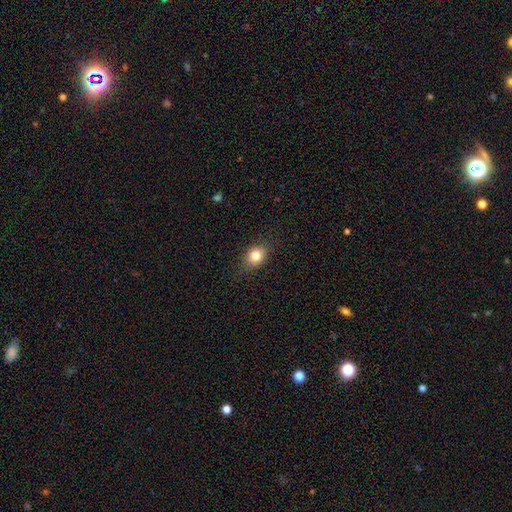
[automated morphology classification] Smooth or featured? smooth (80%)
How rounded? in between (53%)
Merging? none (81%)